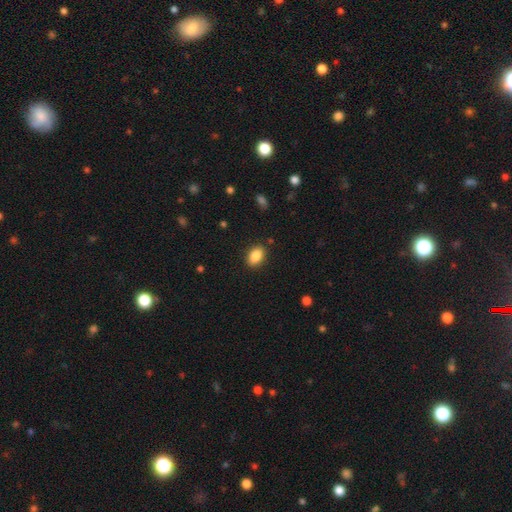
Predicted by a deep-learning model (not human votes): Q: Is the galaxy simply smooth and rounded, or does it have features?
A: smooth — 87%.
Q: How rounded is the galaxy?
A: in between — 86%.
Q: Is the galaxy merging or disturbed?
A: none — 87%.